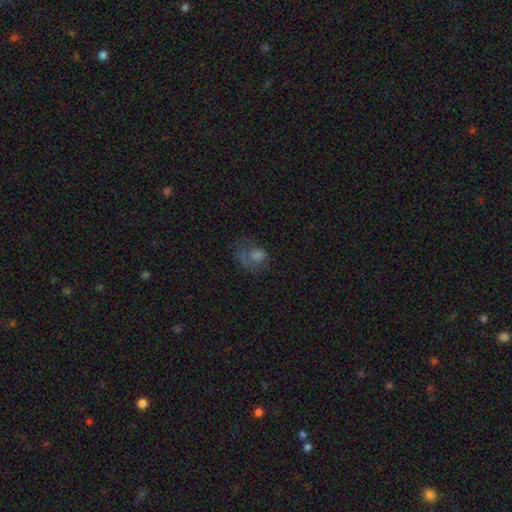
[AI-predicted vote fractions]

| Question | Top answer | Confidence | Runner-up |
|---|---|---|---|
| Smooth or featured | smooth | 50% | featured or disk (26%) |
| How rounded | in between | 50% | round (48%) |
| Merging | major disturbance | 39% | none (35%) |